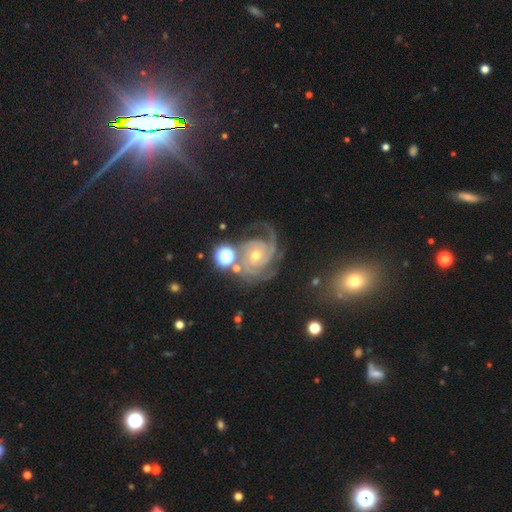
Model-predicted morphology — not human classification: Q: Smooth or featured?
A: featured or disk (89%); runner-up: star or artifact (7%)
Q: Edge-on disk?
A: no (98%); runner-up: yes (2%)
Q: Bar?
A: no (70%); runner-up: weak (22%)
Q: Spiral arms?
A: yes (98%); runner-up: no (2%)
Q: Spiral winding?
A: tight (63%); runner-up: medium (32%)
Q: Spiral arm count?
A: 3 (44%); runner-up: 2 (20%)
Q: Bulge size?
A: moderate (51%); runner-up: small (45%)
Q: Merging?
A: none (60%); runner-up: minor disturbance (19%)